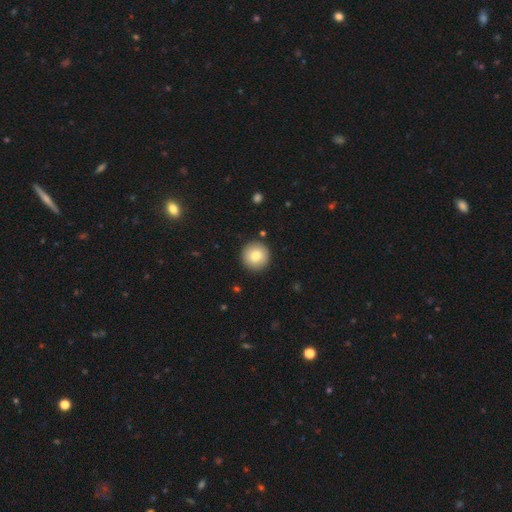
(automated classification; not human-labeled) Smooth or featured: smooth — 81% (featured or disk — 11%)
How rounded: round — 96% (in between — 3%)
Merging: none — 92% (minor disturbance — 5%)